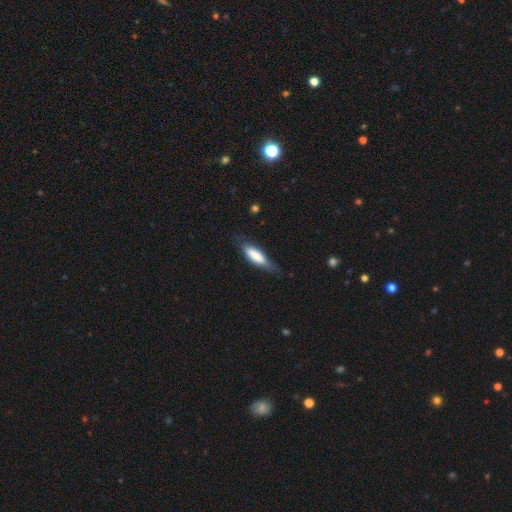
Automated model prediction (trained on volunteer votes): This appears to be a smooth galaxy with no disk features (73%) that is in between round and cigar-shaped (53%). Merging: none (68%).